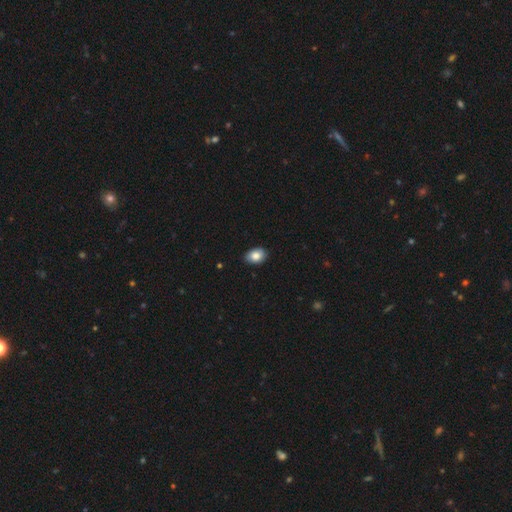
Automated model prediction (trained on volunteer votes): This appears to be a smooth galaxy with no disk features (85%) that is in between round and cigar-shaped (82%). Merging: none (87%).